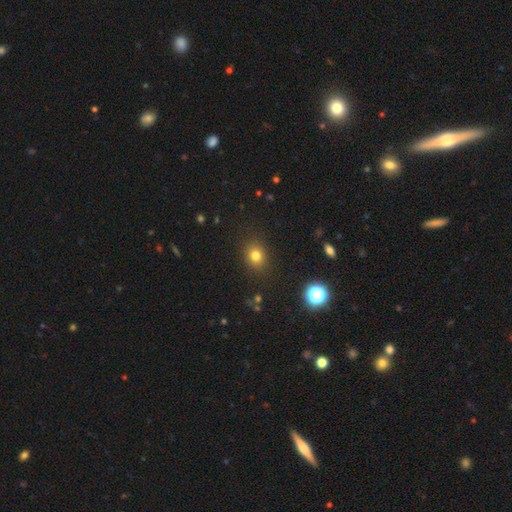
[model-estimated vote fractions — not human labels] Smooth or featured: smooth — 78% (star or artifact — 16%)
How rounded: round — 68% (in between — 31%)
Merging: none — 87% (minor disturbance — 9%)